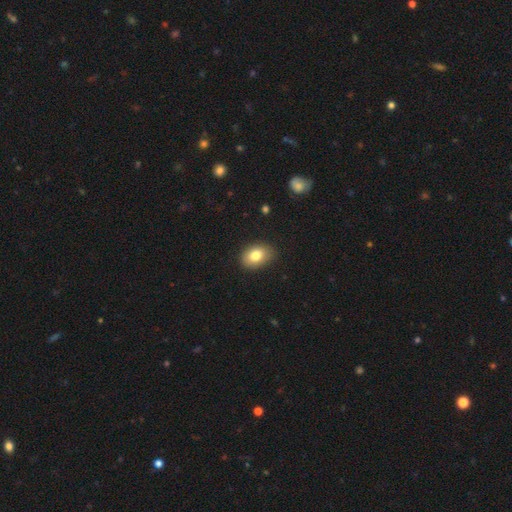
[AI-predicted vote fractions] smooth-or-featured: smooth: 81% | featured or disk: 11% | star or artifact: 8%
  how-rounded: in between: 81% | round: 18% | cigar-shaped: 1%
  merging: none: 85% | minor disturbance: 12% | major disturbance: 2% | merger: 1%